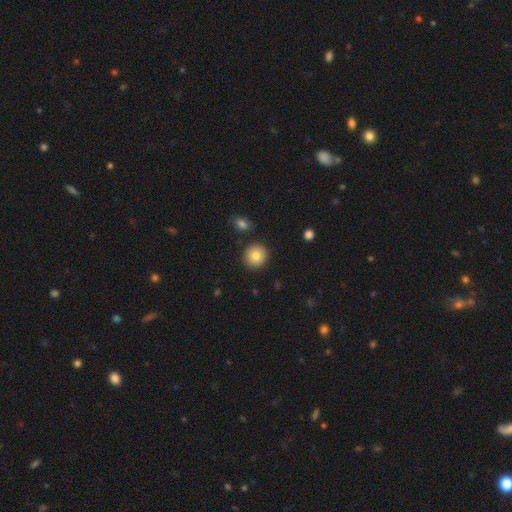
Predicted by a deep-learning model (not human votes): Smooth or featured? smooth (83%)
How rounded? round (91%)
Merging? none (89%)